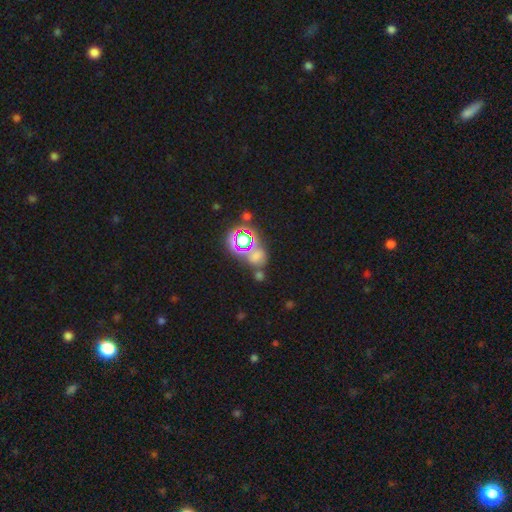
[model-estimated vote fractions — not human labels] A star or artifact, not a galaxy (49%).